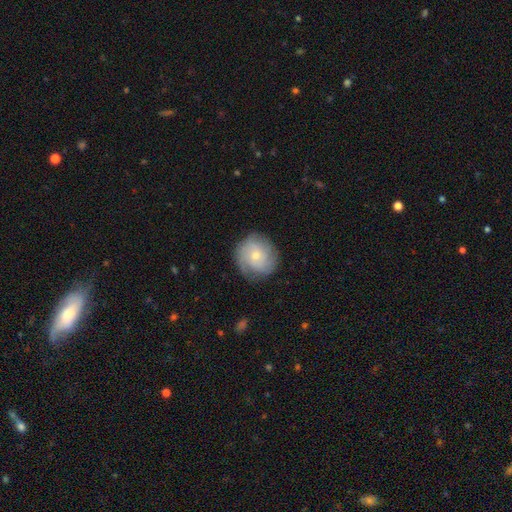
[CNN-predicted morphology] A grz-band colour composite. It shows a featured or disk galaxy (51%). Merging: none (77%).